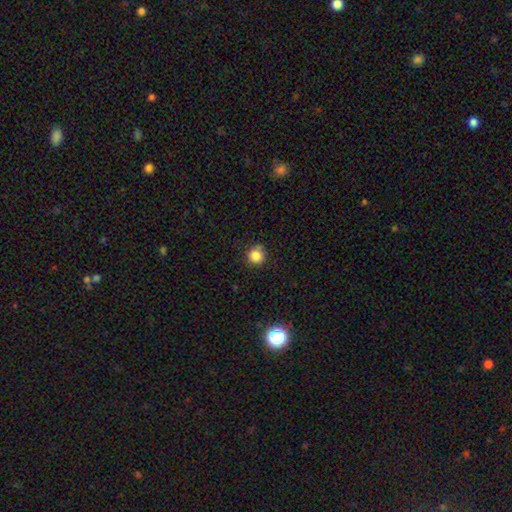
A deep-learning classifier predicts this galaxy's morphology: type=smooth (84%); roundness=round (92%); merging=none (80%).